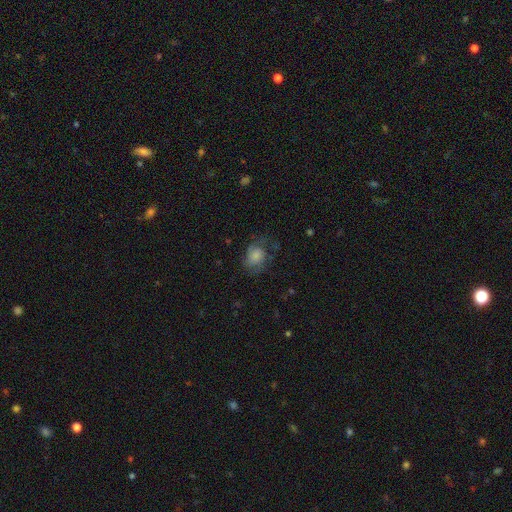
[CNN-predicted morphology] A smooth galaxy with no disk features (63%) that is round (50%). Merging: none (50%).